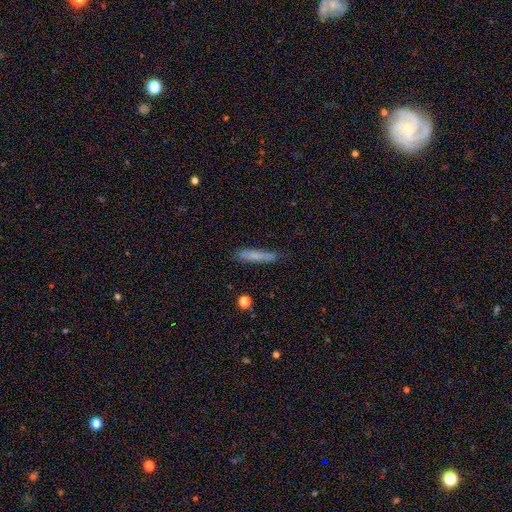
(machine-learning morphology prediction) A smooth galaxy with no disk features (73%) that is cigar-shaped (92%). Merging: none (79%).